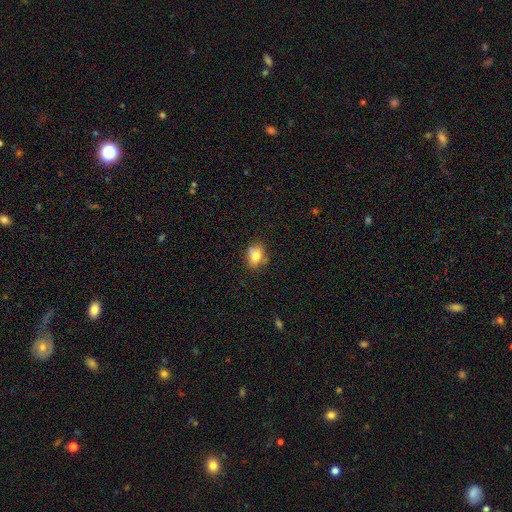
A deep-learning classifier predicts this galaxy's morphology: This appears to be a smooth galaxy with no disk features (76%) that is in between round and cigar-shaped (64%). Merging: none (67%).